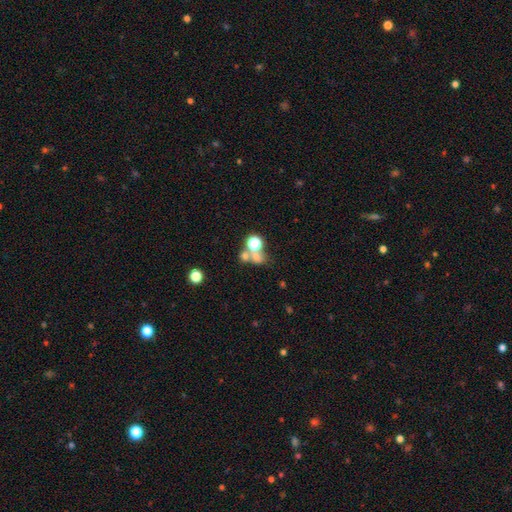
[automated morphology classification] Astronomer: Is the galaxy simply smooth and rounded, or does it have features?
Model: smooth — 58%.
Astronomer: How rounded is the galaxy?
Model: round — 69%.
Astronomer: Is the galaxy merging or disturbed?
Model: merger — 48% (runner-up: none, 36%).